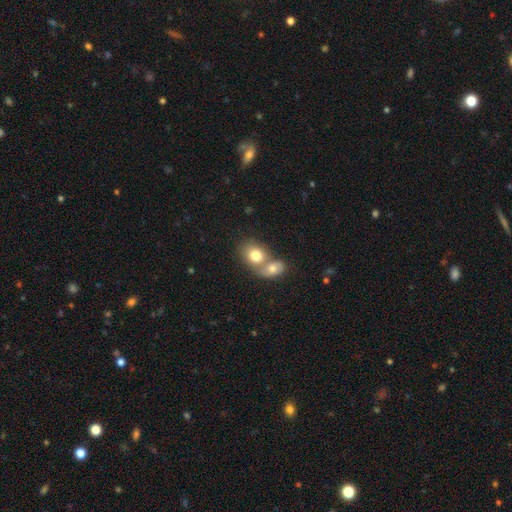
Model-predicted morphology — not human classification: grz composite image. It shows a smooth galaxy with no disk features (77%) that is in between round and cigar-shaped (56%). Merging: merger (63%).